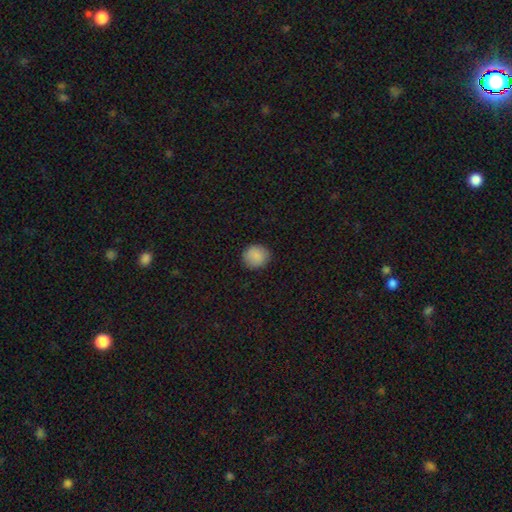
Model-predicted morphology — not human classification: Smooth or featured: smooth — 88% (star or artifact — 8%)
How rounded: round — 87% (in between — 12%)
Merging: none — 88% (minor disturbance — 9%)